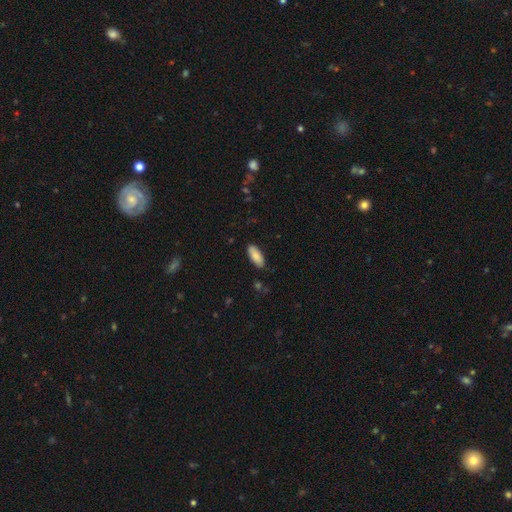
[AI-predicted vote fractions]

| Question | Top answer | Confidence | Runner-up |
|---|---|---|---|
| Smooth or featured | smooth | 87% | featured or disk (7%) |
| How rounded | in between | 81% | cigar-shaped (18%) |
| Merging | none | 86% | minor disturbance (11%) |